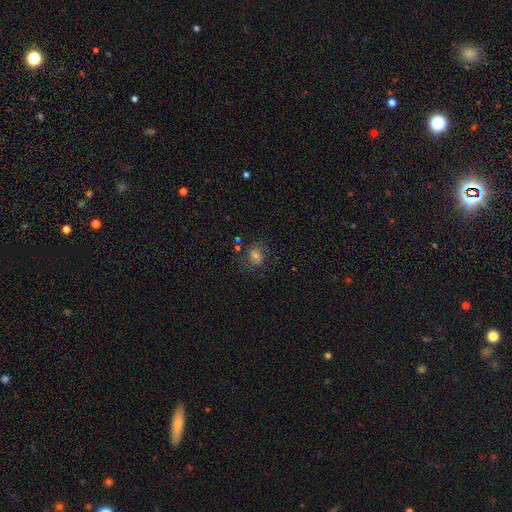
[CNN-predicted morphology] The model was most divided on "smooth or featured": smooth: 41%, featured or disk: 37%, star or artifact: 22%. More confident: merging — none (69%).